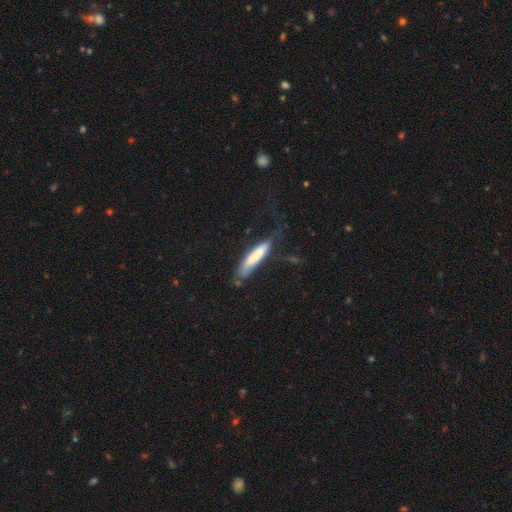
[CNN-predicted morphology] Smooth or featured?
  - smooth: 72% *
  - featured or disk: 22%
  - star or artifact: 6%
How rounded?
  - cigar-shaped: 81% *
  - in between: 18%
  - round: 1%
Merging?
  - none: 47% *
  - minor disturbance: 29%
  - major disturbance: 18%
  - merger: 5%